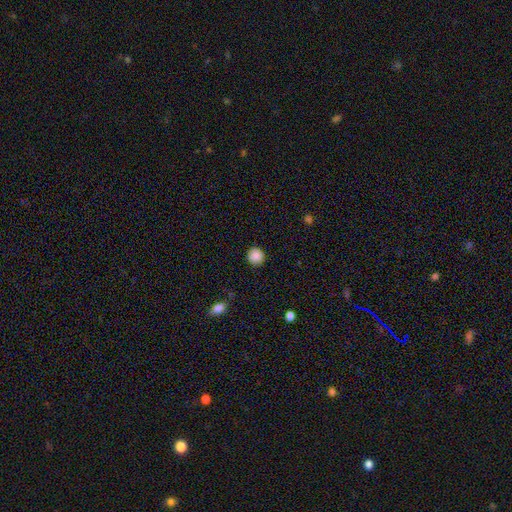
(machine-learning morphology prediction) Smooth or featured?
  - smooth: 88% *
  - star or artifact: 9%
  - featured or disk: 3%
How rounded?
  - round: 92% *
  - in between: 7%
  - cigar-shaped: 1%
Merging?
  - none: 90% *
  - minor disturbance: 6%
  - major disturbance: 2%
  - merger: 1%